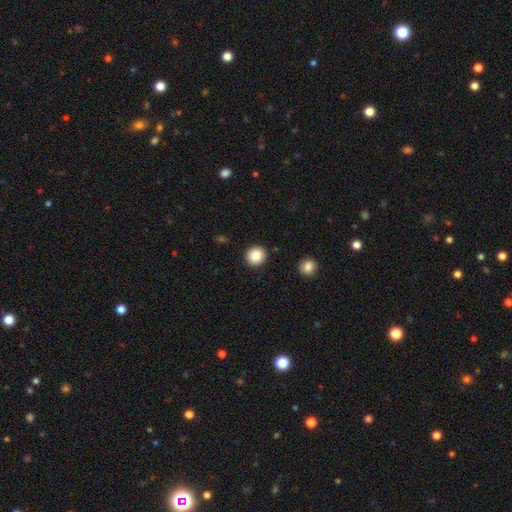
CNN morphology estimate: Smooth or featured? smooth (87%)
How rounded? round (91%)
Merging? none (91%)